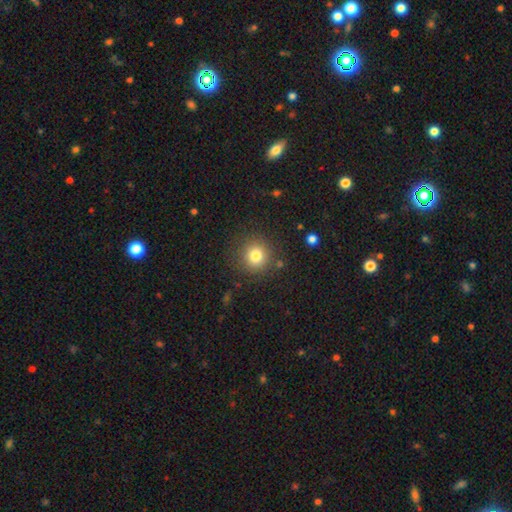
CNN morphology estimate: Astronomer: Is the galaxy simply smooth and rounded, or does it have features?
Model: smooth — 79%.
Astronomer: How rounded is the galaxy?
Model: round — 93%.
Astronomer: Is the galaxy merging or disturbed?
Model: none — 86%.